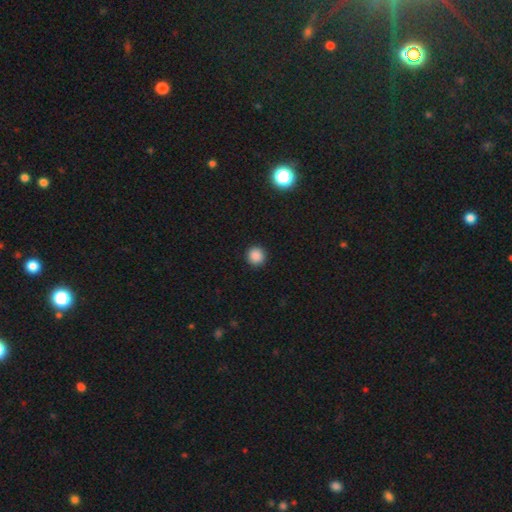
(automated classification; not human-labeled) Smooth or featured? Predicted: smooth (p=0.87). How rounded? Predicted: round (p=0.94). Merging? Predicted: none (p=0.92).